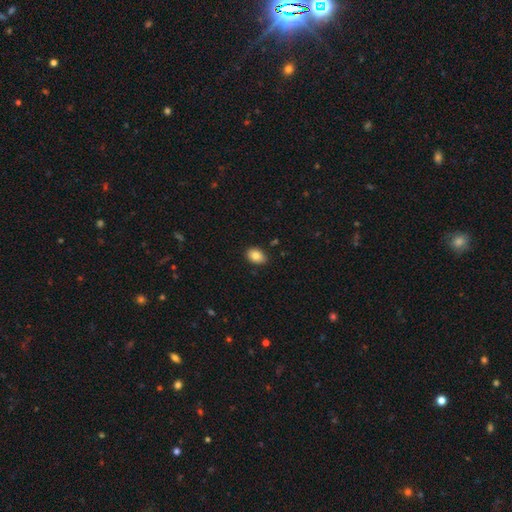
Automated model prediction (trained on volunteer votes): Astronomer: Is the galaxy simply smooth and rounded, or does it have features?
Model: smooth — 84%.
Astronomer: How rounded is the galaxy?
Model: in between — 80%.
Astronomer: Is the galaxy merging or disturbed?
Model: none — 85%.